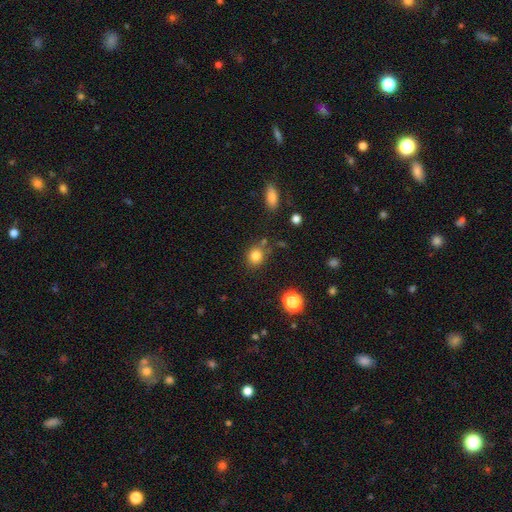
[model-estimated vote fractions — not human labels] A smooth galaxy with no disk features (81%) that is round (75%).

Vote fractions:
- Smooth or featured? smooth: 81% / star or artifact: 12% / featured or disk: 6%
- How rounded? round: 75% / in between: 24% / cigar-shaped: 1%
- Merging? none: 75% / minor disturbance: 14% / merger: 8% / major disturbance: 4%